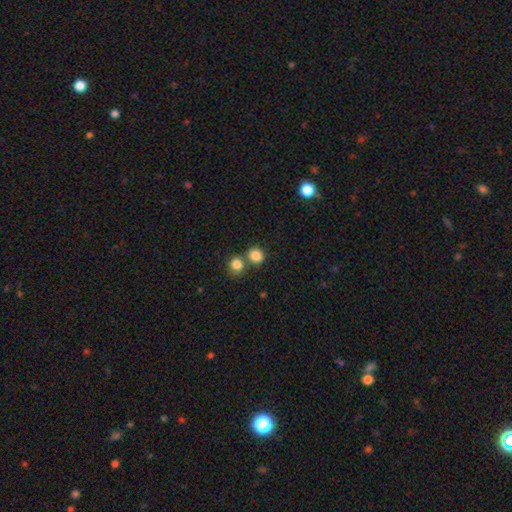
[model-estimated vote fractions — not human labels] smooth-or-featured: smooth: 85% | star or artifact: 10% | featured or disk: 5%
  how-rounded: round: 80% | in between: 19% | cigar-shaped: 1%
  merging: none: 57% | merger: 32% | minor disturbance: 8% | major disturbance: 3%